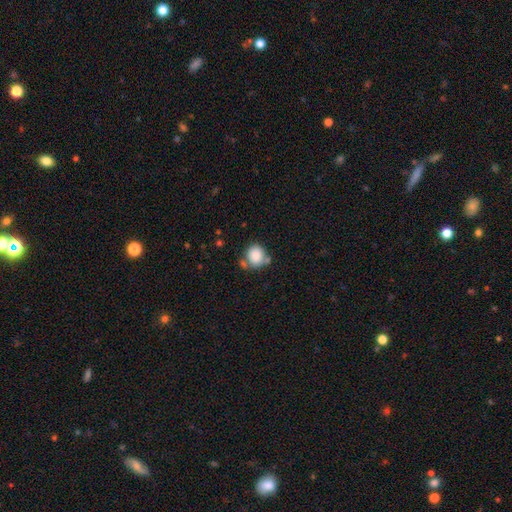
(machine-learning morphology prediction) A smooth galaxy with no disk features (85%) that is round (75%).

Vote fractions:
- Smooth or featured? smooth: 85% / star or artifact: 9% / featured or disk: 7%
- How rounded? round: 75% / in between: 24% / cigar-shaped: 1%
- Merging? none: 58% / merger: 20% / minor disturbance: 17% / major disturbance: 6%